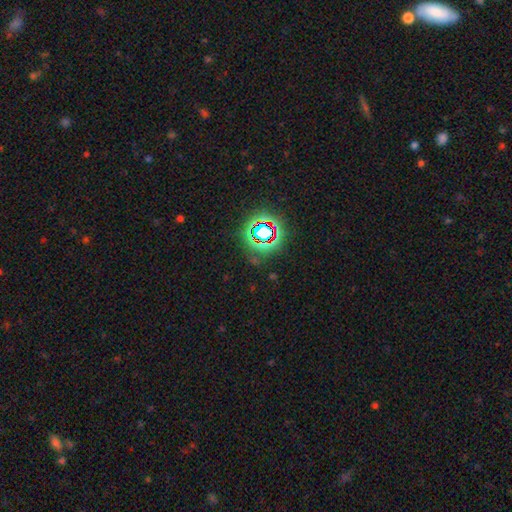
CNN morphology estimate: Q: Smooth or featured?
A: star or artifact (73%); runner-up: smooth (13%)